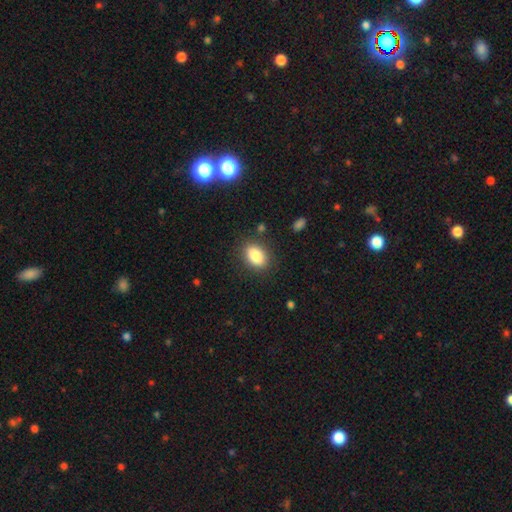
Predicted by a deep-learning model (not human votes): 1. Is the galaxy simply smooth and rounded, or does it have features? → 86% smooth, 8% star or artifact, 6% featured or disk.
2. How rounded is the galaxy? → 85% in between, 13% round, 2% cigar-shaped.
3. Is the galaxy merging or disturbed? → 85% none, 10% minor disturbance, 3% major disturbance, 2% merger.